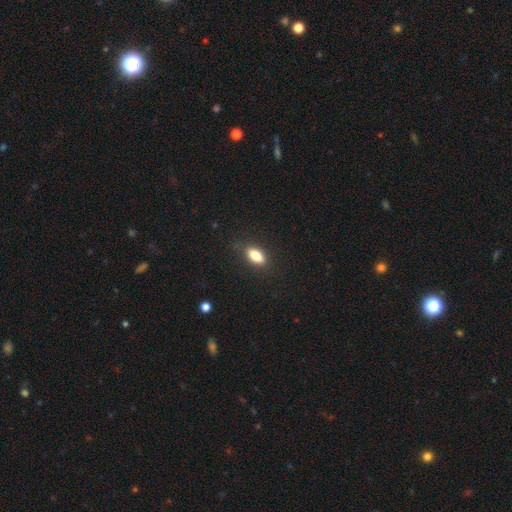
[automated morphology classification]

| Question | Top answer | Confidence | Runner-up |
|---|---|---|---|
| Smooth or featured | smooth | 82% | featured or disk (10%) |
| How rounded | in between | 85% | cigar-shaped (10%) |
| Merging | none | 84% | minor disturbance (11%) |